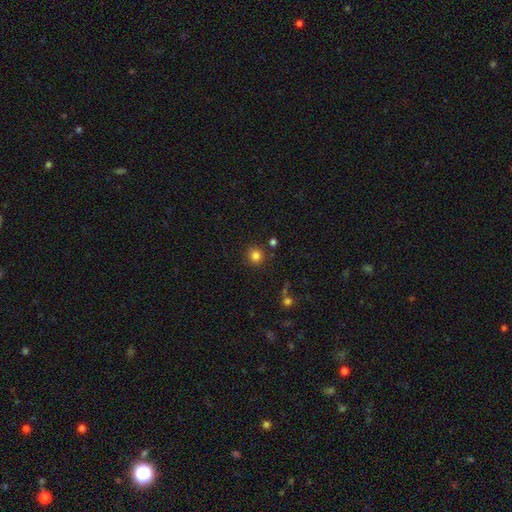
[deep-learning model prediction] A smooth galaxy with no disk features (82%) that is round (90%).

Vote fractions:
- Smooth or featured? smooth: 82% / star or artifact: 12% / featured or disk: 5%
- How rounded? round: 90% / in between: 9% / cigar-shaped: 1%
- Merging? none: 86% / minor disturbance: 8% / merger: 4% / major disturbance: 3%